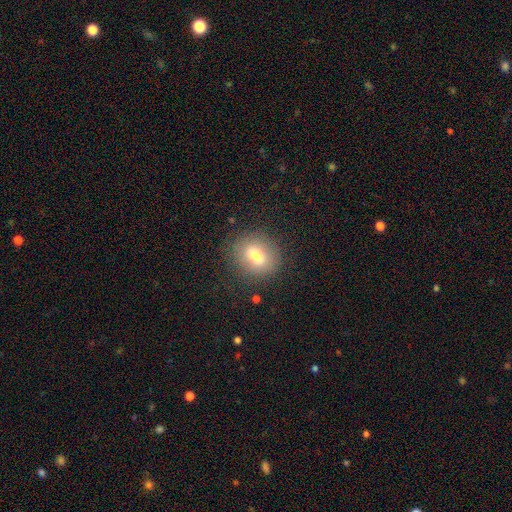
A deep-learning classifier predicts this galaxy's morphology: This is likely a smooth galaxy (73%). How rounded: possibly round (57%). Merging: clearly none (84%).